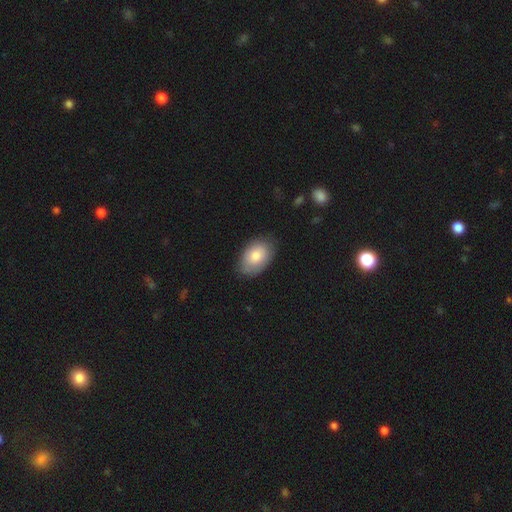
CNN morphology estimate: Smooth or featured? smooth (79%)
How rounded? in between (90%)
Merging? none (78%)